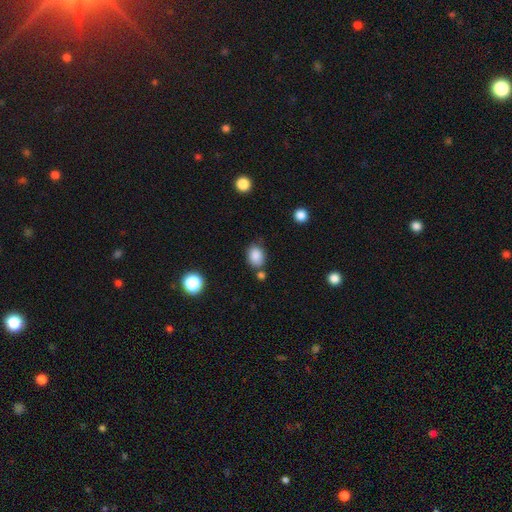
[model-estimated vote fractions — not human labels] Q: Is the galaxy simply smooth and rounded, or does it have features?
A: smooth — 86%.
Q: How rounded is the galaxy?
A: in between — 68%.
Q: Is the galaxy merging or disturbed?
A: none — 68%.